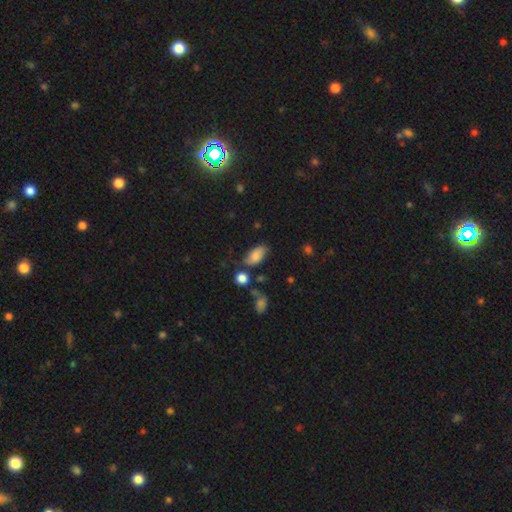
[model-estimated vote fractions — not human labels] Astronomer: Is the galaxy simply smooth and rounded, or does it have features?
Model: smooth — 77%.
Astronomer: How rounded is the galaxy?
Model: in between — 92%.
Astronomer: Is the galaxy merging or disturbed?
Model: none — 56%.